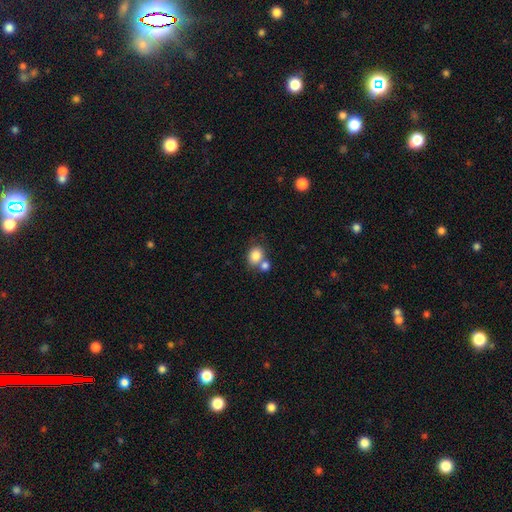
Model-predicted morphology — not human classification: smooth_or_featured: smooth (p=0.83) [alt: star or artifact p=0.09]
how_rounded: round (p=0.53) [alt: in between p=0.46]
merging: none (p=0.48) [alt: merger p=0.38]